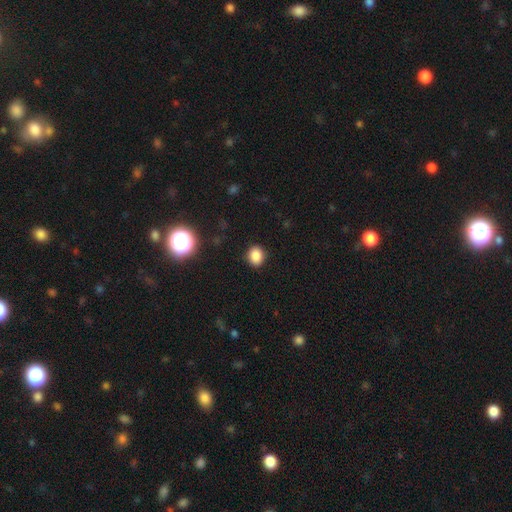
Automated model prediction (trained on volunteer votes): smooth-or-featured: smooth: 85% | star or artifact: 11% | featured or disk: 4%
  how-rounded: round: 65% | in between: 34% | cigar-shaped: 1%
  merging: none: 89% | minor disturbance: 8% | major disturbance: 2% | merger: 1%